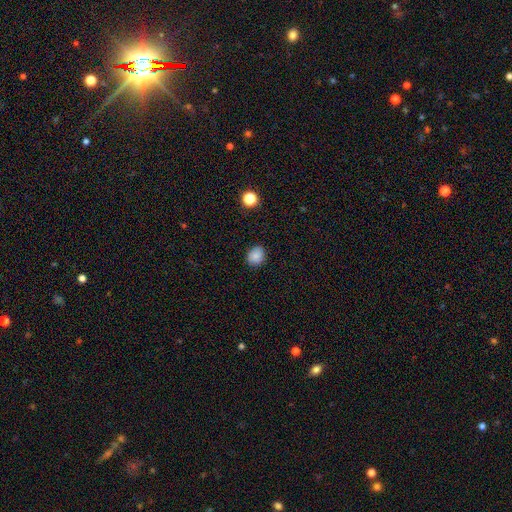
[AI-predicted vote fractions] This is clearly a smooth galaxy (85%). How rounded: likely round (64%). Merging: clearly none (86%).